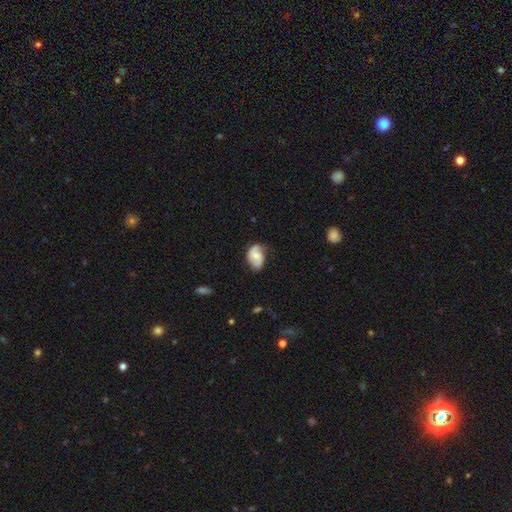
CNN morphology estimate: A featured or disk galaxy (50%). Merging: none (55%).